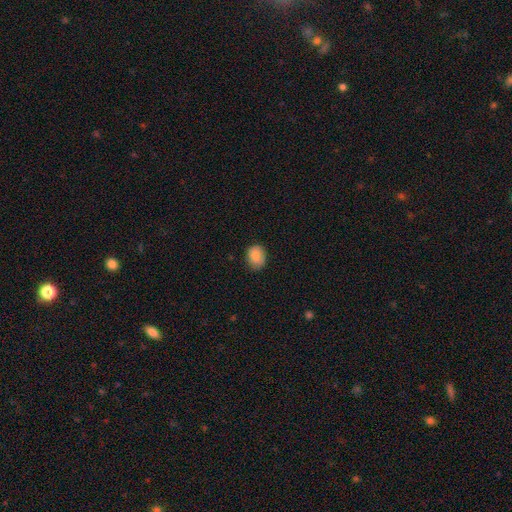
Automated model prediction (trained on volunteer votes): The model was most divided on "how rounded": in between: 51%, round: 48%, cigar-shaped: 1%. More confident: smooth or featured — smooth (86%); merging — none (81%).